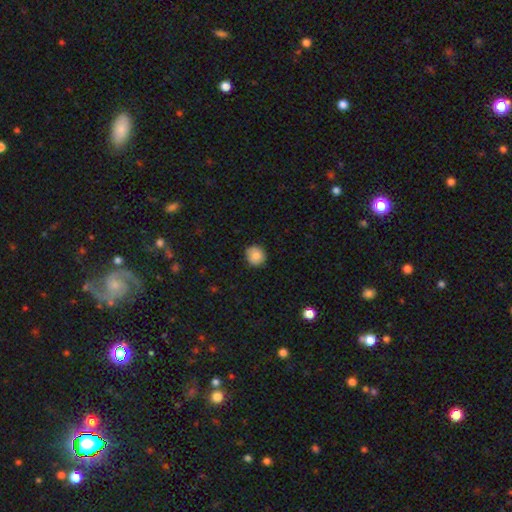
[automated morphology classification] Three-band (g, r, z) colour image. It shows a smooth galaxy with no disk features (79%) that is round (90%). Merging: none (88%).